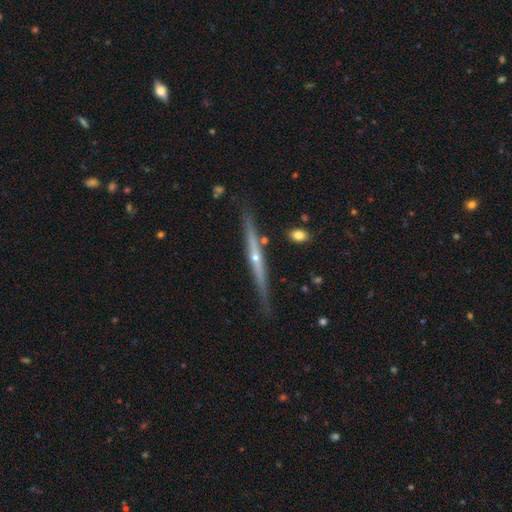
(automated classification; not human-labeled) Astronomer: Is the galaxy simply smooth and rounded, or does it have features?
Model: featured or disk — 82%.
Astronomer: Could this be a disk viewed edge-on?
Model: yes — 98%.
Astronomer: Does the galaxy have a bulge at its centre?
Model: rounded — 76%.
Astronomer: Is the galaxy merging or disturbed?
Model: none — 87%.